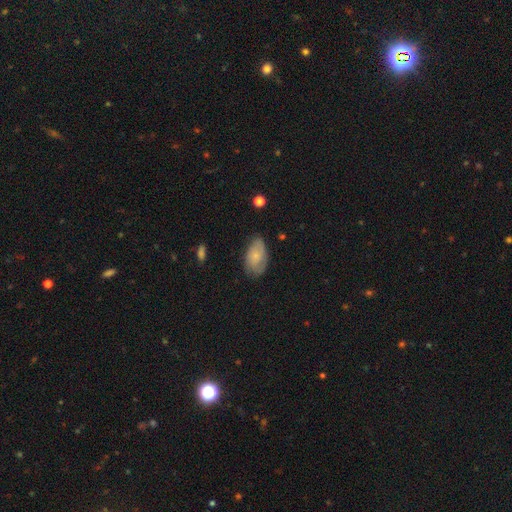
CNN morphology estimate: smooth 62%, featured or disk 31%, star or artifact 7%. Down the decision tree: how rounded — in between (91%); merging — none (64%).